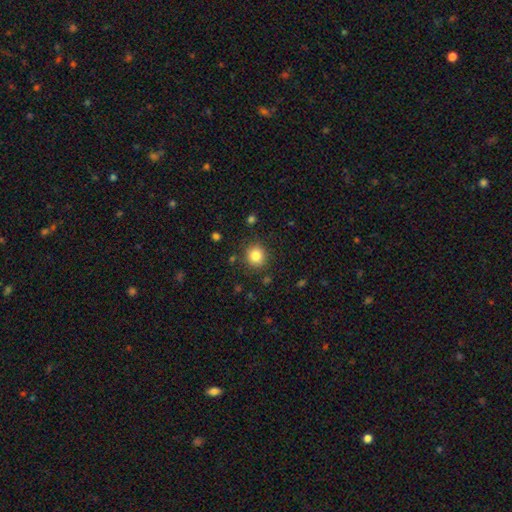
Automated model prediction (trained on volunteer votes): A smooth galaxy with no disk features (83%) that is round (87%). Merging: none (87%).